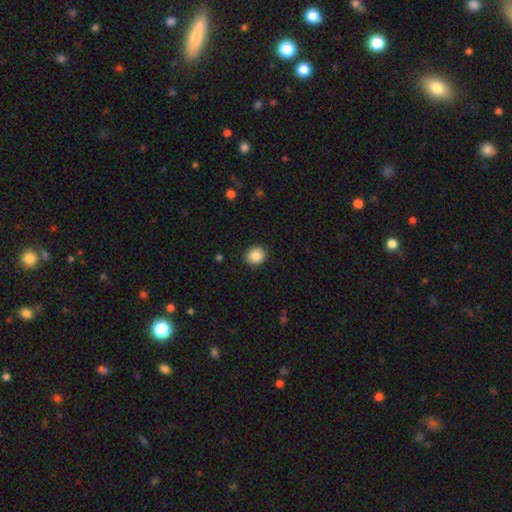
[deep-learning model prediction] Smooth or featured: smooth — 87% (star or artifact — 9%)
How rounded: round — 84% (in between — 15%)
Merging: none — 91% (minor disturbance — 6%)